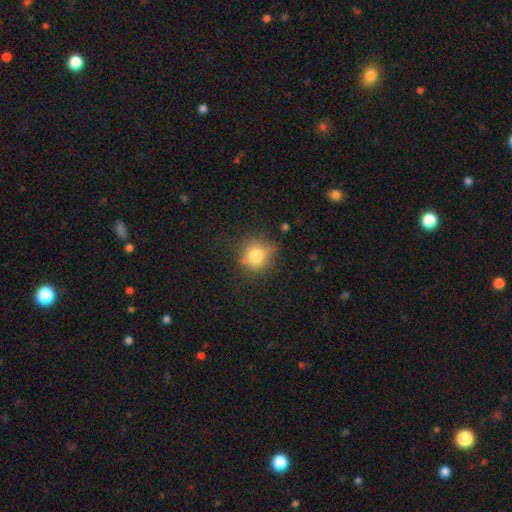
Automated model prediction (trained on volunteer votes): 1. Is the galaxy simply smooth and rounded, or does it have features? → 78% smooth, 11% star or artifact, 11% featured or disk.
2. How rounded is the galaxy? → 81% round, 17% in between, 1% cigar-shaped.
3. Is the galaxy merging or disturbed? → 66% none, 24% minor disturbance, 7% major disturbance, 2% merger.